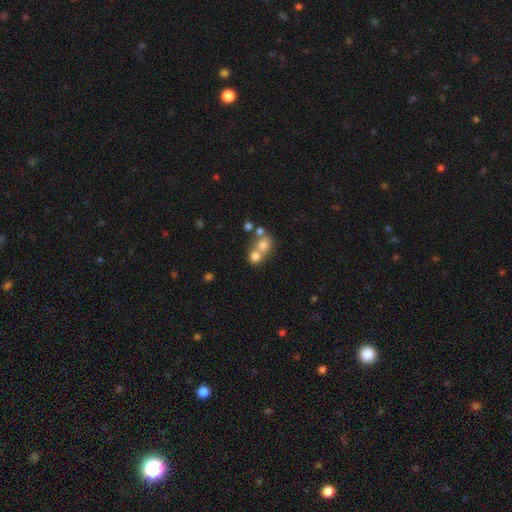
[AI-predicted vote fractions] smooth 70%, featured or disk 17%, star or artifact 13%. Down the decision tree: how rounded — round (72%); merging — merger (59%).